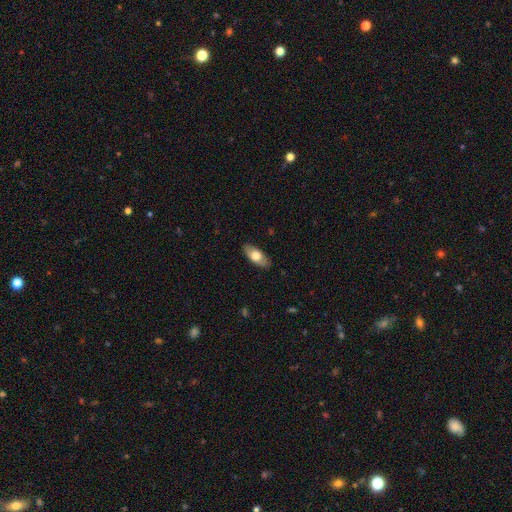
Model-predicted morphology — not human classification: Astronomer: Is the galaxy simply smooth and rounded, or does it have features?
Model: smooth — 67%.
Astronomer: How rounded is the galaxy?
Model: in between — 88%.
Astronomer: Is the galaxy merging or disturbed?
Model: none — 85%.